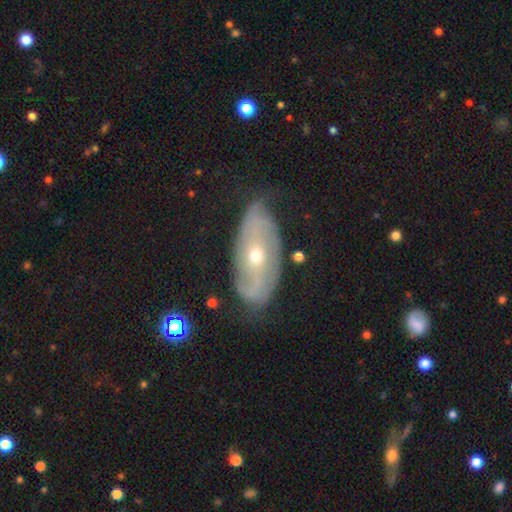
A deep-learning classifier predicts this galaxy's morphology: This is likely a featured or disk galaxy (74%). It is clearly not viewed edge-on (88%). Bar: likely no (66%). Spiral arm pattern: likely yes (79%). Spiral arm count: possibly 2 (52%). Spiral winding: possibly tight (51%). Central bulge: possibly small (50%). Merging: likely none (71%).